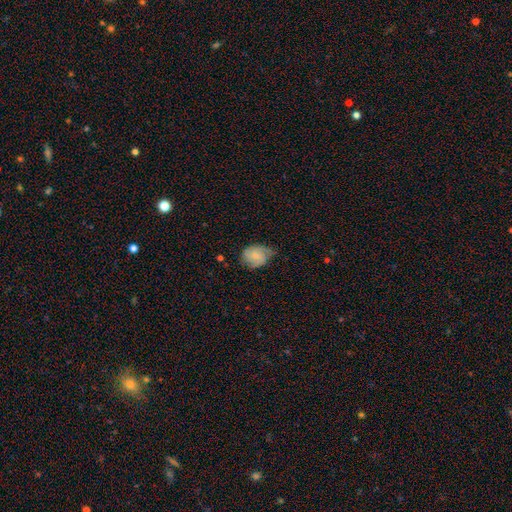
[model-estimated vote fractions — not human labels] Smooth or featured?
  - smooth: 60% *
  - featured or disk: 33%
  - star or artifact: 7%
How rounded?
  - in between: 54% *
  - round: 45%
  - cigar-shaped: 1%
Merging?
  - none: 44% *
  - minor disturbance: 41%
  - major disturbance: 13%
  - merger: 2%